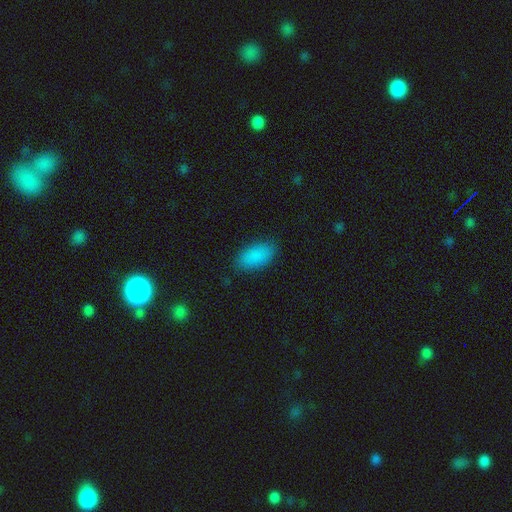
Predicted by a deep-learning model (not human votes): Morphology: type=smooth (87%); roundness=in between (92%); merging=none (84%).